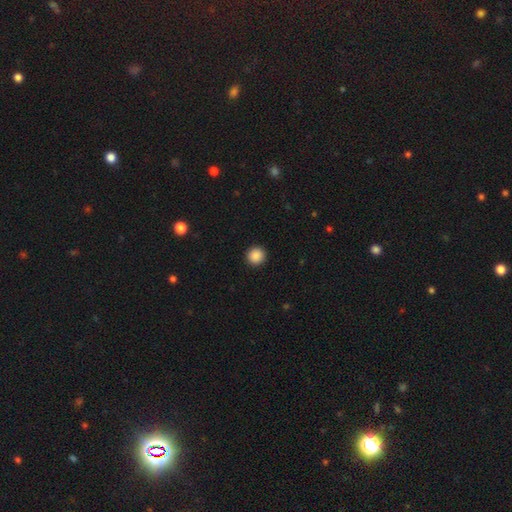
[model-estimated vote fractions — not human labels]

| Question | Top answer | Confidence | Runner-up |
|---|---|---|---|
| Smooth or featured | smooth | 89% | star or artifact (9%) |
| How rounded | round | 94% | in between (5%) |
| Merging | none | 93% | minor disturbance (4%) |